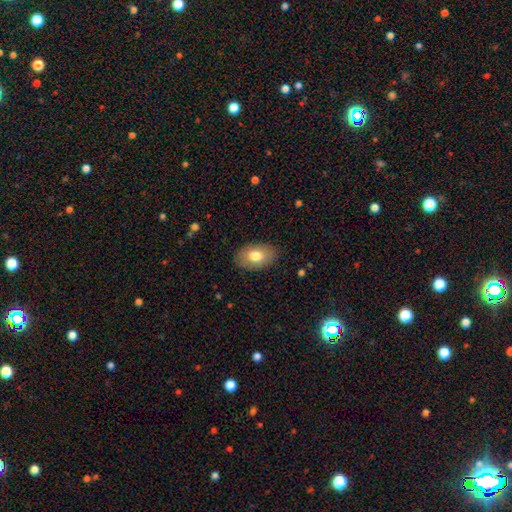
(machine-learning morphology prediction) Smooth or featured? smooth (76%)
How rounded? in between (90%)
Merging? none (87%)